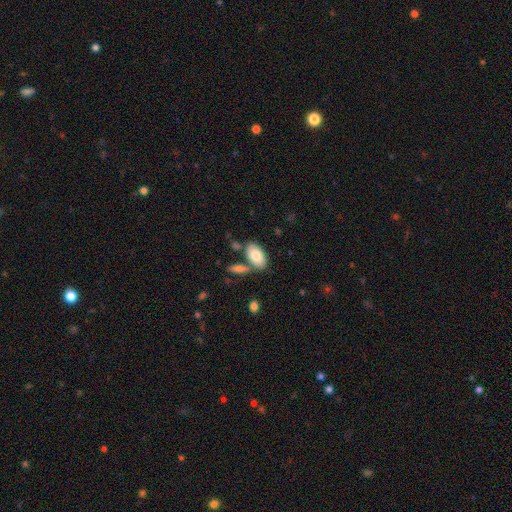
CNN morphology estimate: This appears to be a smooth galaxy with no disk features (81%) that is in between round and cigar-shaped (94%). Merging: none (66%).